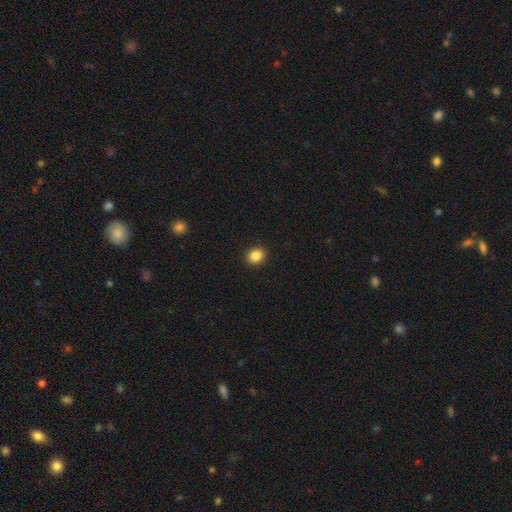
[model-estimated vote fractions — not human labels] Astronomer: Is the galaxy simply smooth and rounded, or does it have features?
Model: smooth — 86%.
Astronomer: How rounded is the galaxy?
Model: round — 76%.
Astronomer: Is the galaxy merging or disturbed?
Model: none — 93%.